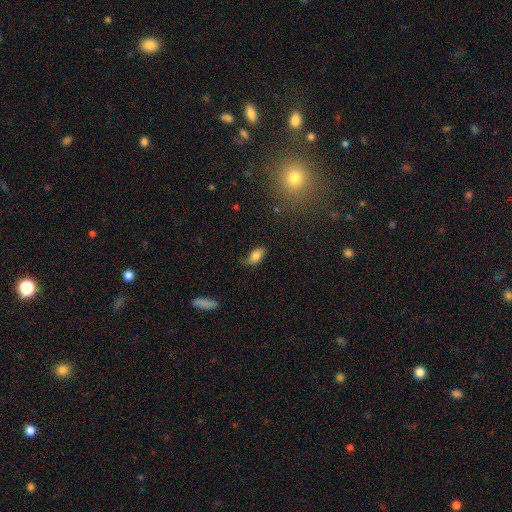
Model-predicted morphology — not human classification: Overall: smooth (78%). How rounded: in between (90%). Merging: none (61%; minor disturbance 29%).